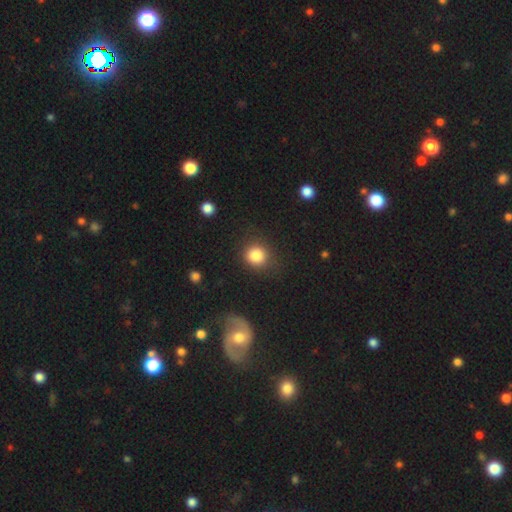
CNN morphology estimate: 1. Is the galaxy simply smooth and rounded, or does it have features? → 84% smooth, 10% star or artifact, 6% featured or disk.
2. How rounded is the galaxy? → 81% round, 18% in between, 1% cigar-shaped.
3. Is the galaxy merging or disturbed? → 79% none, 13% minor disturbance, 6% major disturbance, 2% merger.